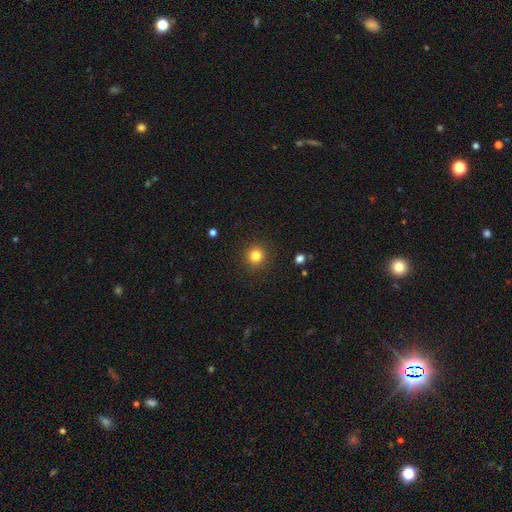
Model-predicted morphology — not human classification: Smooth or featured?
  - smooth: 82% *
  - star or artifact: 13%
  - featured or disk: 5%
How rounded?
  - round: 94% *
  - in between: 5%
  - cigar-shaped: 1%
Merging?
  - none: 91% *
  - minor disturbance: 5%
  - major disturbance: 2%
  - merger: 1%